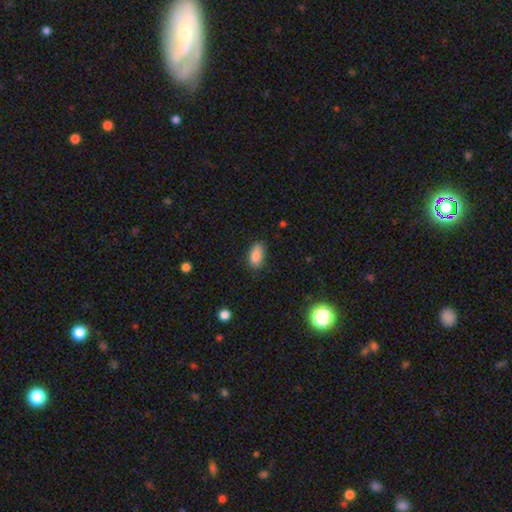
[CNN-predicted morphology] The model was most divided on "merging": none: 75%, minor disturbance: 20%, major disturbance: 4%, merger: 1%. More confident: how rounded — in between (89%); smooth or featured — smooth (86%).